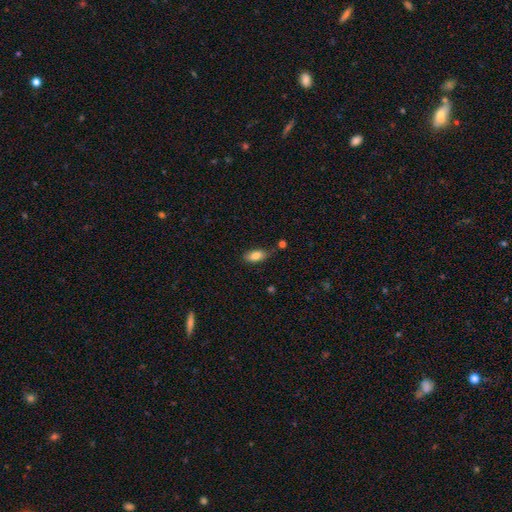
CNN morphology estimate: Smooth or featured?
  - smooth: 83% *
  - featured or disk: 10%
  - star or artifact: 8%
How rounded?
  - in between: 88% *
  - cigar-shaped: 8%
  - round: 4%
Merging?
  - none: 69% *
  - minor disturbance: 21%
  - merger: 6%
  - major disturbance: 4%